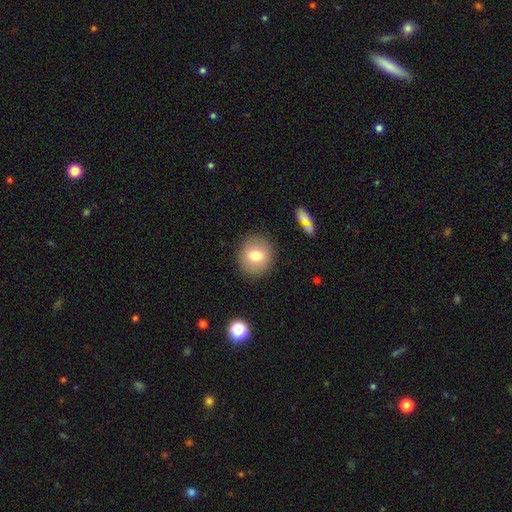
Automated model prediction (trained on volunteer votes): The model was most divided on "smooth or featured": smooth: 73%, featured or disk: 18%, star or artifact: 9%. More confident: merging — none (88%); how rounded — round (80%).